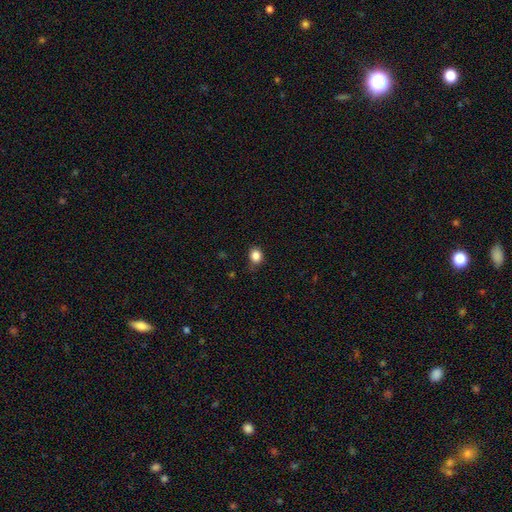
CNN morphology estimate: The model was most divided on "how rounded": round: 63%, in between: 36%, cigar-shaped: 1%. More confident: smooth or featured — smooth (85%); merging — none (78%).